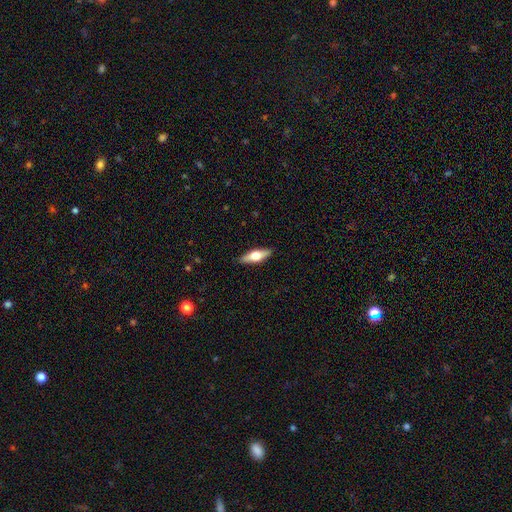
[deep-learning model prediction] Smooth or featured? Predicted: smooth (p=0.49). Merging? Predicted: none (p=0.89).